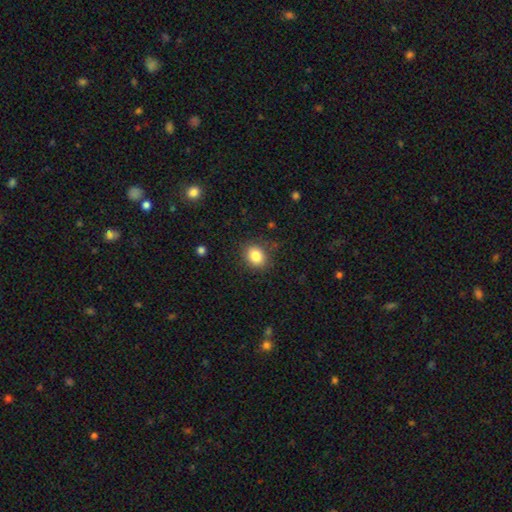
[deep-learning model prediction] This is clearly a smooth galaxy (84%). How rounded: likely round (60%). Merging: clearly none (84%).